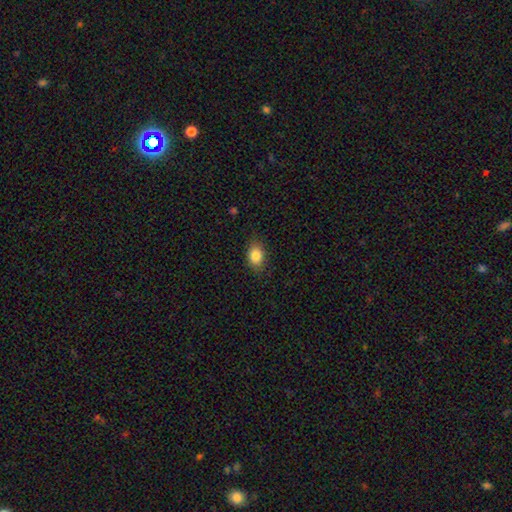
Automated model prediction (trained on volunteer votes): This is clearly a smooth galaxy (84%). How rounded: likely in between (71%). Merging: clearly none (83%).